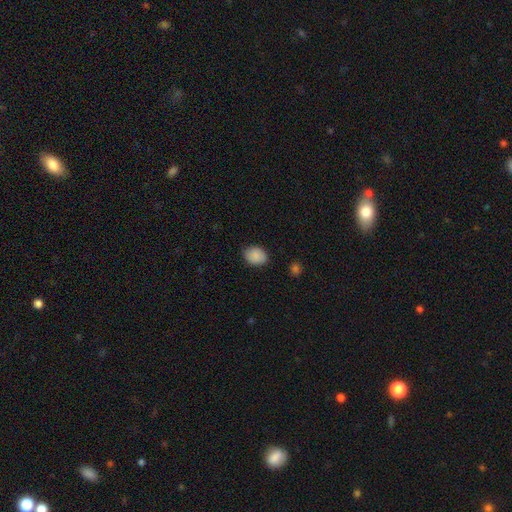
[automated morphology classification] The model was most divided on "how rounded": in between: 61%, round: 38%, cigar-shaped: 1%. More confident: smooth or featured — smooth (88%); merging — none (84%).